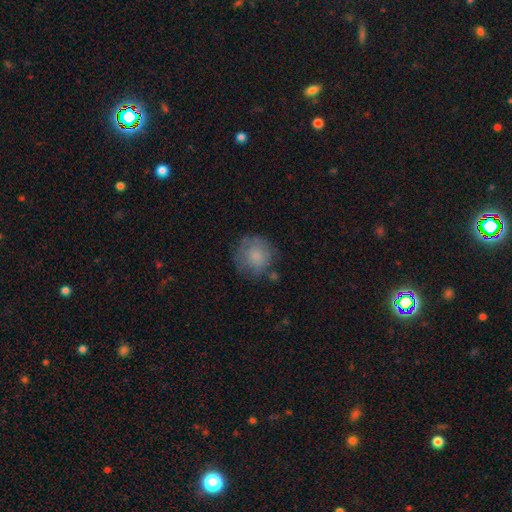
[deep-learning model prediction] Smooth or featured: smooth — 76% (featured or disk — 17%)
How rounded: round — 89% (in between — 10%)
Merging: none — 66% (minor disturbance — 22%)